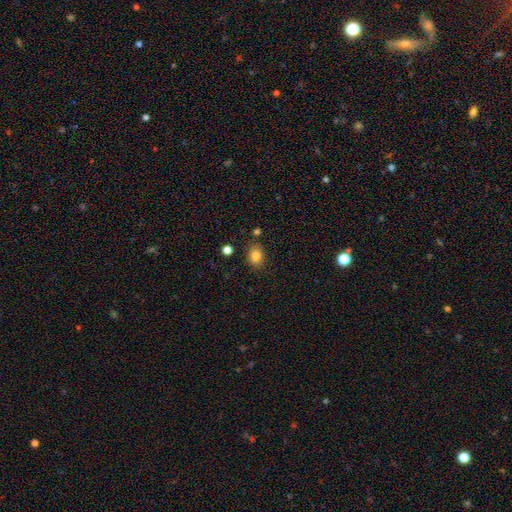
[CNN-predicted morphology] Q: Smooth or featured?
A: smooth (83%); runner-up: star or artifact (11%)
Q: How rounded?
A: in between (62%); runner-up: round (37%)
Q: Merging?
A: none (81%); runner-up: minor disturbance (12%)